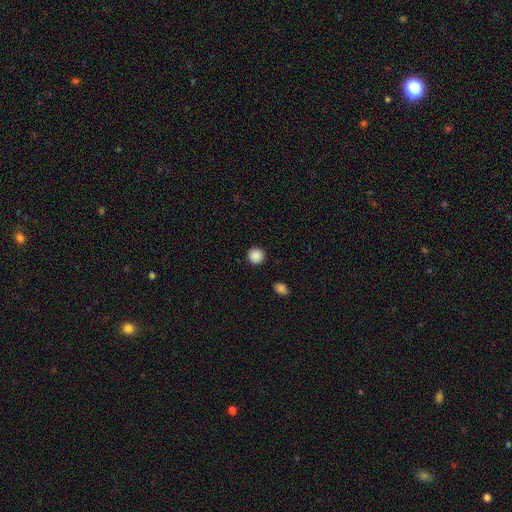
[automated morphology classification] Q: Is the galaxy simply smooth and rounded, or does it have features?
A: smooth — 88%.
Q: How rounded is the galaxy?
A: round — 94%.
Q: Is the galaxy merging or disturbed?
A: none — 92%.